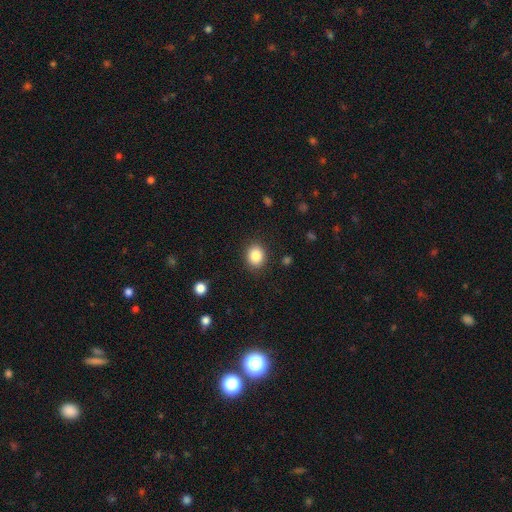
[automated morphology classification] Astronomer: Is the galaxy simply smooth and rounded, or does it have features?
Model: smooth — 85%.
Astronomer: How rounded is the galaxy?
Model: round — 65%.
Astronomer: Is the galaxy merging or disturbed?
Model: none — 88%.